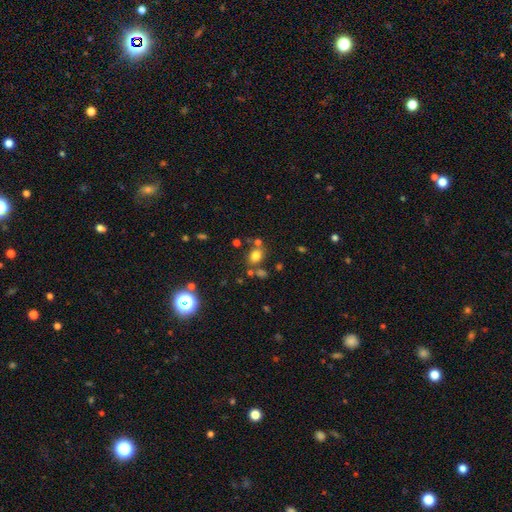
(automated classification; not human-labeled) Overall: smooth (75%). How rounded: round (52%; in between 47%). Merging: none (69%).